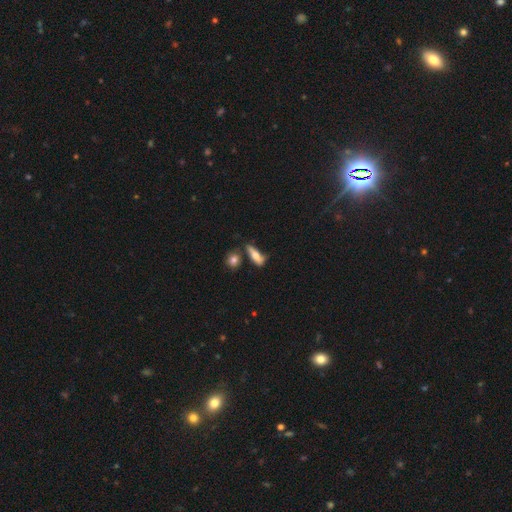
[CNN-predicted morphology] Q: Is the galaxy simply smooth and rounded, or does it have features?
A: smooth — 64%.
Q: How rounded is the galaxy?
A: in between — 56%.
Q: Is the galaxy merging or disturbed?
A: none — 44%.